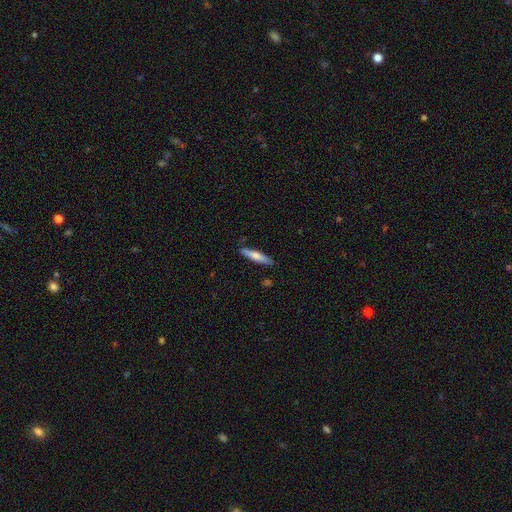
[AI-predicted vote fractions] Morphology: type=smooth (64%); roundness=cigar-shaped (89%); merging=none (87%).